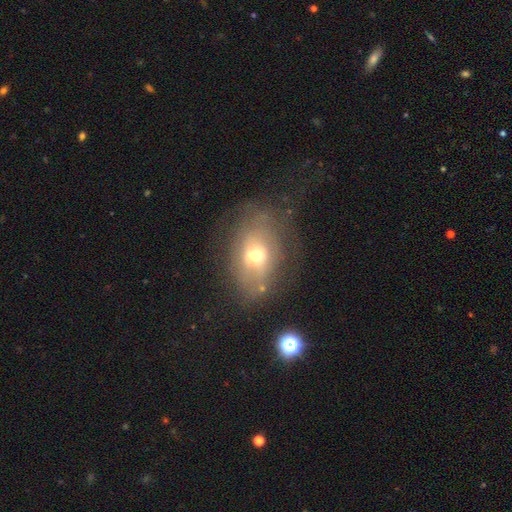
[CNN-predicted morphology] This is possibly a smooth galaxy (51%). How rounded: likely in between (71%). Merging: possibly none (53%).